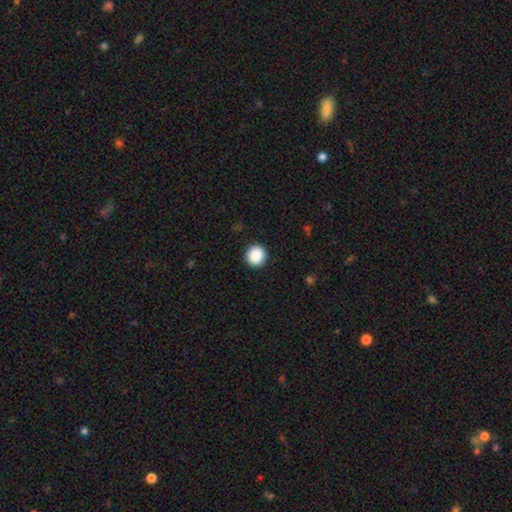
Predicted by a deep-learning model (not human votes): Overall: smooth (89%). How rounded: round (90%). Merging: none (92%).